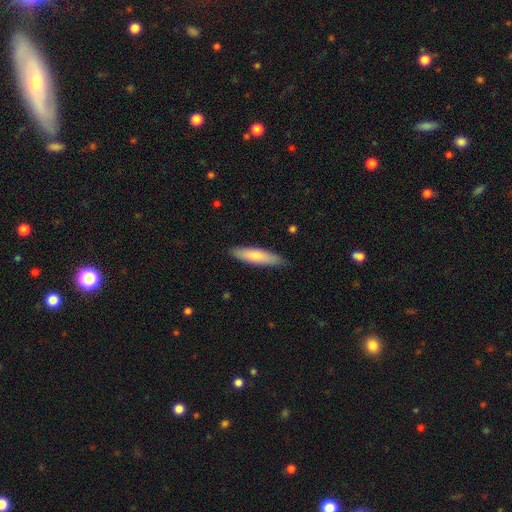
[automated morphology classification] smooth 77%, featured or disk 18%, star or artifact 5%. Down the decision tree: how rounded — cigar-shaped (72%); merging — none (85%).